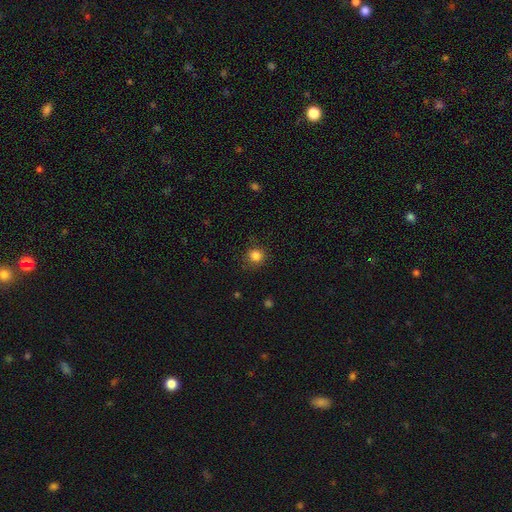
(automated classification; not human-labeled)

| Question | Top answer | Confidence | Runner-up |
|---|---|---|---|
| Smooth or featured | smooth | 84% | star or artifact (12%) |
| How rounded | round | 91% | in between (8%) |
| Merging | none | 85% | minor disturbance (11%) |